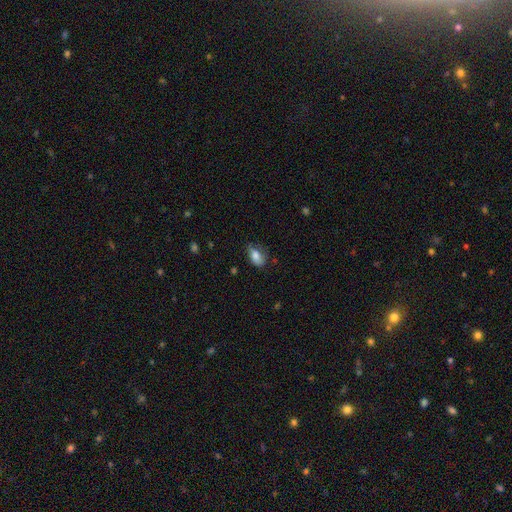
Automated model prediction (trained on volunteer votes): This is likely a smooth galaxy (79%). How rounded: clearly in between (88%). Merging: possibly none (54%).